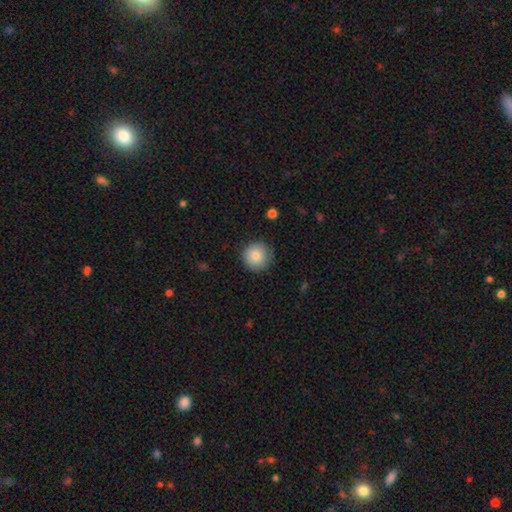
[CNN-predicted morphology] smooth-or-featured: smooth: 84% | featured or disk: 8% | star or artifact: 8%
  how-rounded: round: 95% | in between: 4% | cigar-shaped: 1%
  merging: none: 87% | minor disturbance: 9% | major disturbance: 2% | merger: 1%